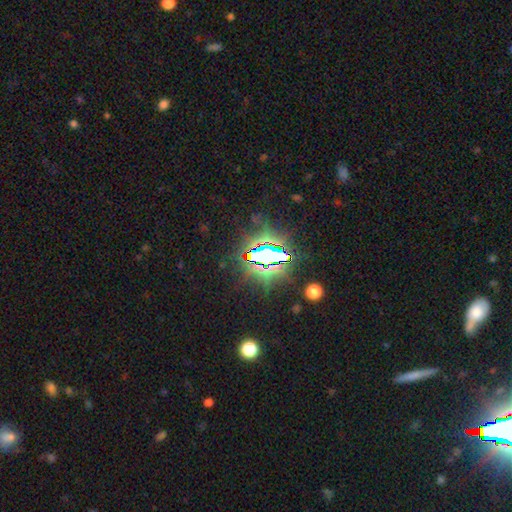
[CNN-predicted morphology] smooth_or_featured: star or artifact (p=0.82) [alt: smooth p=0.10]